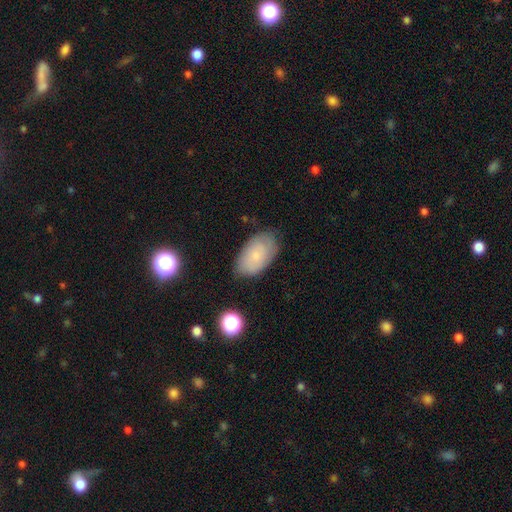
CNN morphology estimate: smooth_or_featured: smooth (p=0.72) [alt: featured or disk p=0.20]
how_rounded: in between (p=0.94) [alt: round p=0.05]
merging: none (p=0.79) [alt: minor disturbance p=0.16]